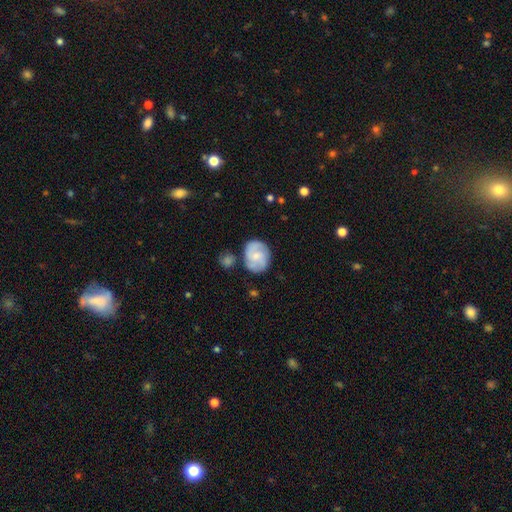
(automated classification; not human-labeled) The model was most divided on "spiral winding": medium: 45%, tight: 38%, loose: 17%. Remaining: edge-on disk — no (98%); spiral arms — yes (88%); merging — none (68%); smooth or featured — featured or disk (59%); bar — no (58%); bulge size — small (51%); spiral arm count — 2 (45%).